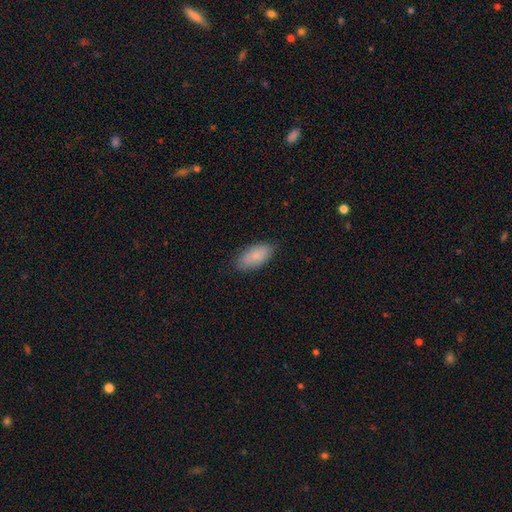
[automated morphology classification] This appears to be a smooth galaxy with no disk features (85%) that is in between round and cigar-shaped (91%). Merging: none (83%).